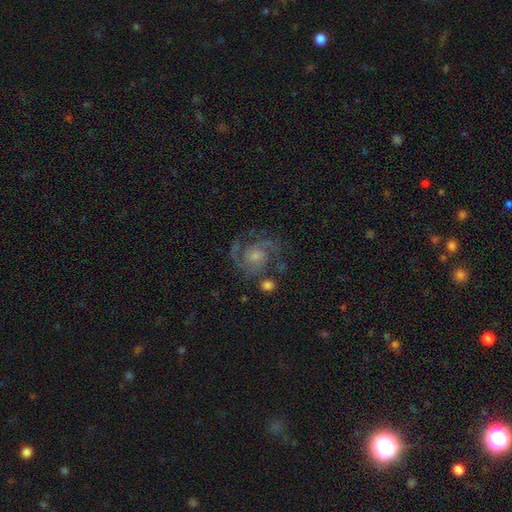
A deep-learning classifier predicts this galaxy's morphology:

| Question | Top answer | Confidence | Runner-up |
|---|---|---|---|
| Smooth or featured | featured or disk | 87% | star or artifact (7%) |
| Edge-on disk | no | 98% | yes (2%) |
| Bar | no | 65% | weak (30%) |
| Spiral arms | yes | 97% | no (3%) |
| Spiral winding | medium | 51% | tight (38%) |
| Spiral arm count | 2 | 64% | 3 (17%) |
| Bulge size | small | 50% | moderate (37%) |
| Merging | none | 68% | minor disturbance (16%) |